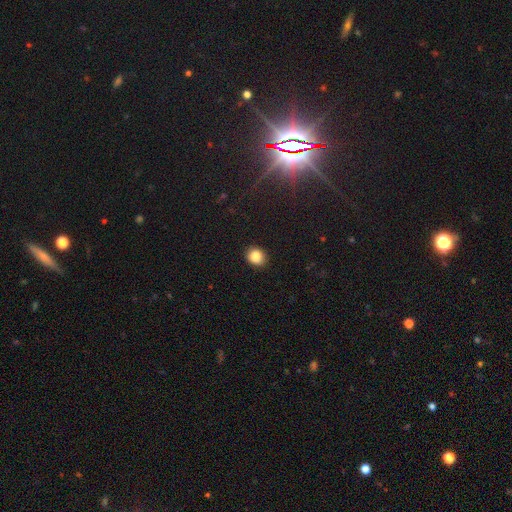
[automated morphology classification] Smooth or featured? smooth (85%)
How rounded? round (67%)
Merging? none (86%)